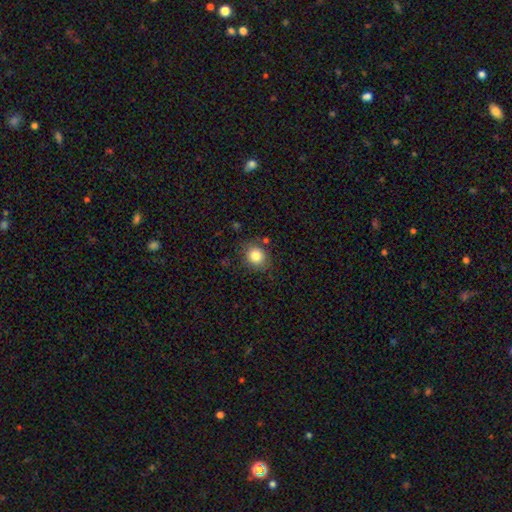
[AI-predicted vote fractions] smooth_or_featured: smooth (p=0.82) [alt: star or artifact p=0.10]
how_rounded: round (p=0.77) [alt: in between p=0.22]
merging: none (p=0.79) [alt: minor disturbance p=0.13]